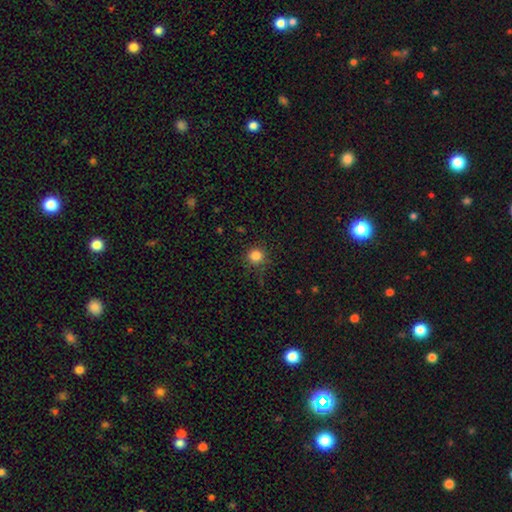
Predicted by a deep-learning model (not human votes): Q: Smooth or featured?
A: smooth (83%); runner-up: star or artifact (12%)
Q: How rounded?
A: round (93%); runner-up: in between (6%)
Q: Merging?
A: none (85%); runner-up: minor disturbance (10%)